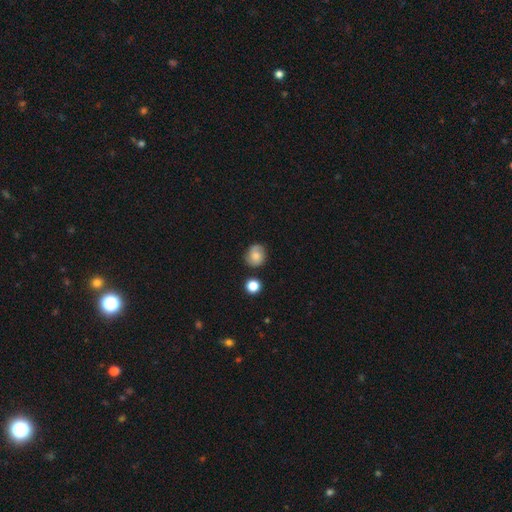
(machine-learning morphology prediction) This is likely a smooth galaxy (67%). How rounded: likely round (78%). Merging: likely none (76%).